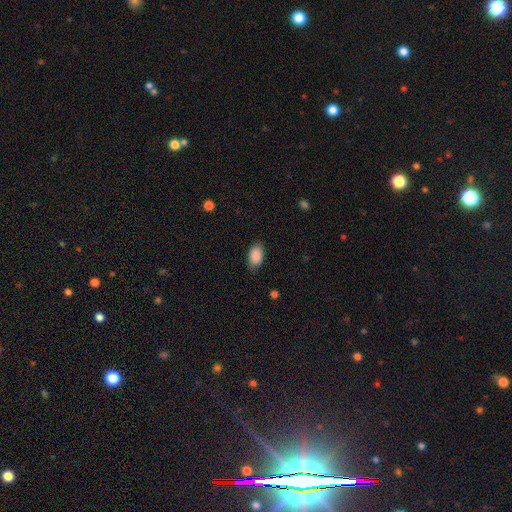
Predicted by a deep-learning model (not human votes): Smooth or featured: smooth — 89% (star or artifact — 7%)
How rounded: in between — 93% (round — 6%)
Merging: none — 83% (minor disturbance — 13%)